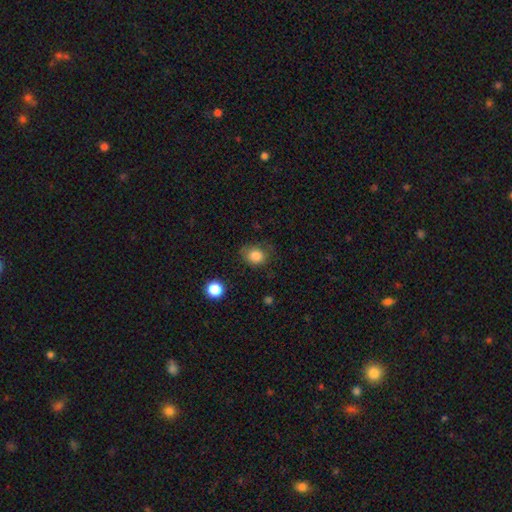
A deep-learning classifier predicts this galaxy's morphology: smooth-or-featured: smooth: 83% | star or artifact: 10% | featured or disk: 7%
  how-rounded: round: 53% | in between: 46% | cigar-shaped: 1%
  merging: none: 65% | minor disturbance: 24% | major disturbance: 9% | merger: 2%